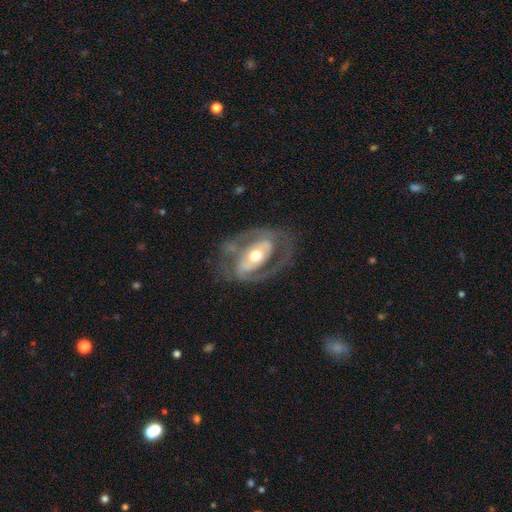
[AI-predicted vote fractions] Smooth or featured?
  - featured or disk: 79% *
  - smooth: 16%
  - star or artifact: 5%
Edge-on disk?
  - no: 95% *
  - yes: 5%
Bar?
  - no: 45% *
  - weak: 28%
  - strong: 27%
Spiral arms?
  - yes: 68% *
  - no: 32%
Spiral winding?
  - medium: 43% *
  - tight: 38%
  - loose: 20%
Spiral arm count?
  - 2: 72% *
  - can't tell: 13%
  - 1: 10%
  - 3: 3%
  - 4: 1%
  - more than 4: 1%
Bulge size?
  - moderate: 72% *
  - large: 14%
  - small: 12%
  - dominant: 1%
  - none: 1%
Merging?
  - none: 64% *
  - minor disturbance: 18%
  - major disturbance: 16%
  - merger: 2%